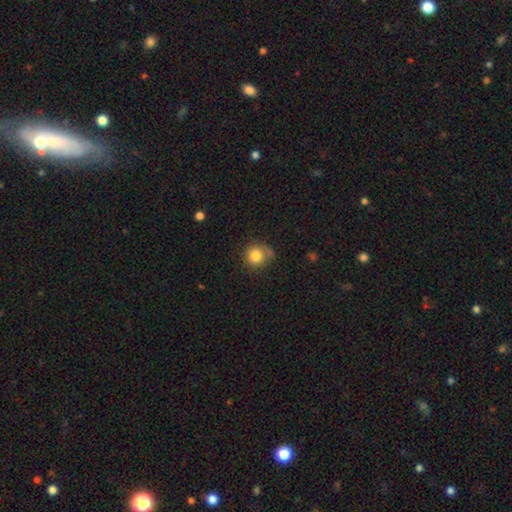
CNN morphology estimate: Overall: smooth (83%). How rounded: round (89%). Merging: none (63%).